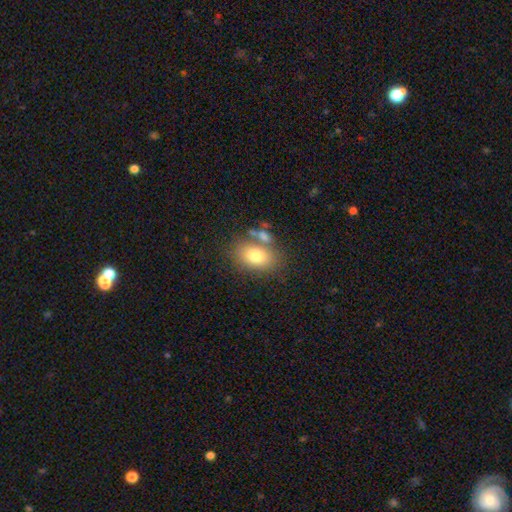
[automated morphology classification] Q: Smooth or featured?
A: smooth (76%); runner-up: featured or disk (14%)
Q: How rounded?
A: in between (76%); runner-up: round (23%)
Q: Merging?
A: none (60%); runner-up: merger (20%)